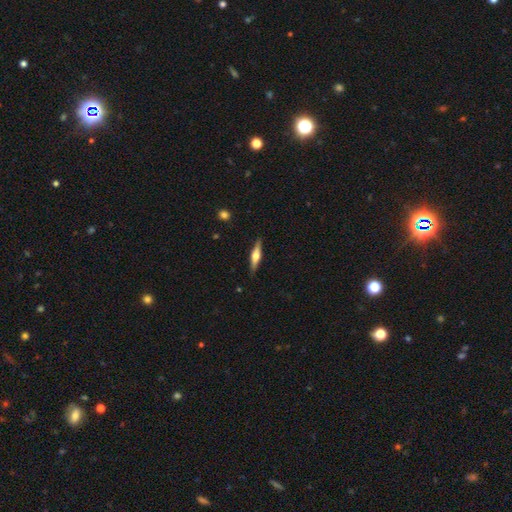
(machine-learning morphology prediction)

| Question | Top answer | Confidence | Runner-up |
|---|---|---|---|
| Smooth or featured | featured or disk | 58% | smooth (36%) |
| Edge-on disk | yes | 96% | no (4%) |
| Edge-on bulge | rounded | 89% | boxy (8%) |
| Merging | none | 88% | minor disturbance (9%) |